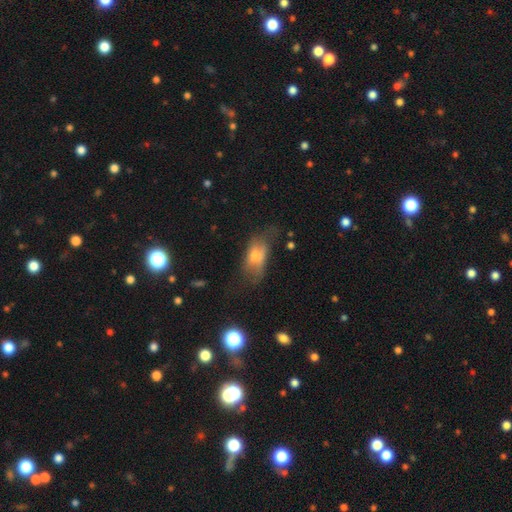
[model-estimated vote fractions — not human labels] Smooth or featured? smooth (55%)
How rounded? in between (83%)
Merging? none (43%)